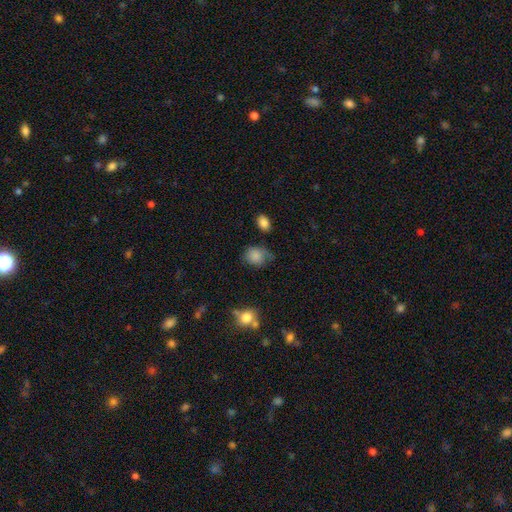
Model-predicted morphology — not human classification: A smooth galaxy with no disk features (84%) that is round (56%).

Vote fractions:
- Smooth or featured? smooth: 84% / star or artifact: 9% / featured or disk: 7%
- How rounded? round: 56% / in between: 42% / cigar-shaped: 1%
- Merging? none: 53% / minor disturbance: 33% / major disturbance: 10% / merger: 3%